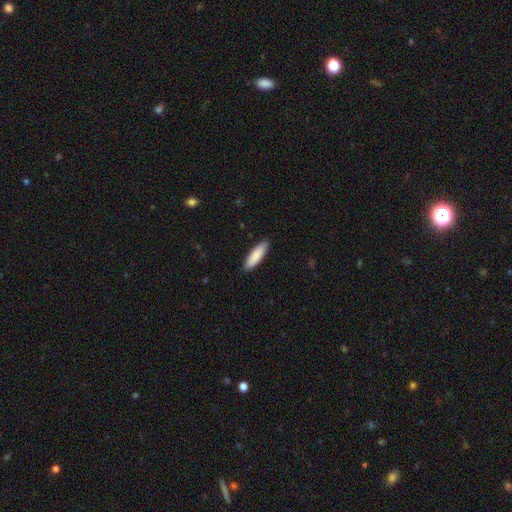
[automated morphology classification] type=smooth (87%); roundness=cigar-shaped (54%); merging=none (89%).